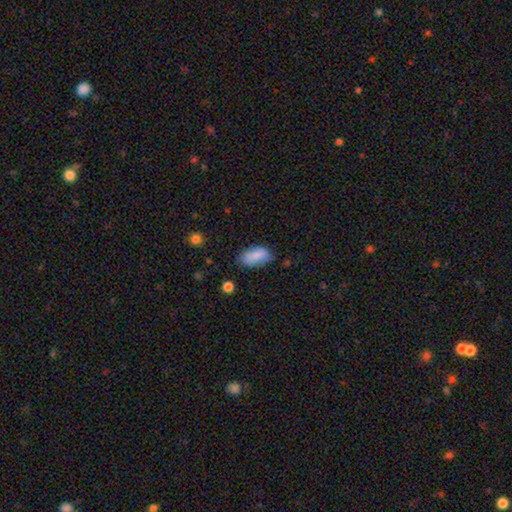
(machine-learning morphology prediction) Smooth or featured? Predicted: smooth (p=0.82). How rounded? Predicted: in between (p=0.92). Merging? Predicted: none (p=0.67).